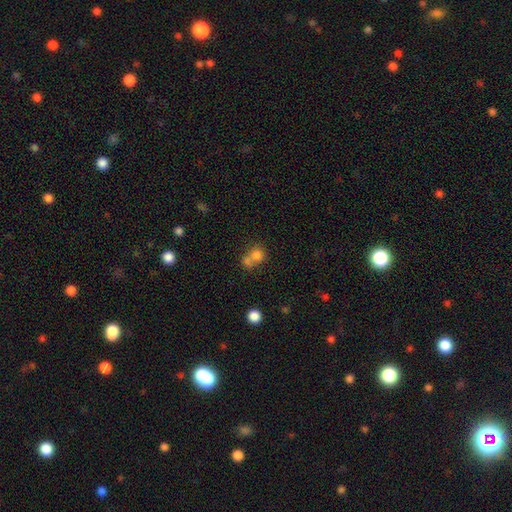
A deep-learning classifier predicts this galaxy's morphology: Smooth or featured?
  - smooth: 75% *
  - star or artifact: 13%
  - featured or disk: 12%
How rounded?
  - round: 77% *
  - in between: 22%
  - cigar-shaped: 1%
Merging?
  - merger: 55% *
  - none: 34%
  - minor disturbance: 7%
  - major disturbance: 4%